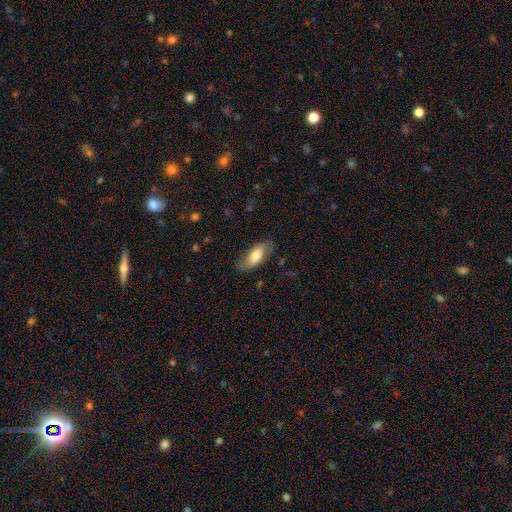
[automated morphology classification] Smooth or featured?
  - smooth: 62% *
  - featured or disk: 32%
  - star or artifact: 6%
How rounded?
  - in between: 87% *
  - cigar-shaped: 10%
  - round: 3%
Merging?
  - none: 76% *
  - minor disturbance: 18%
  - major disturbance: 6%
  - merger: 1%